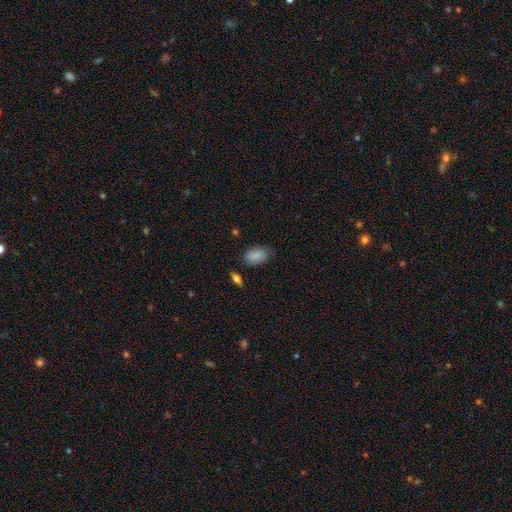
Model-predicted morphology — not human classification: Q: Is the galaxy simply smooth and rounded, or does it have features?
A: smooth — 87%.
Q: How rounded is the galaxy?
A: in between — 89%.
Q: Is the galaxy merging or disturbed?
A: none — 74%.